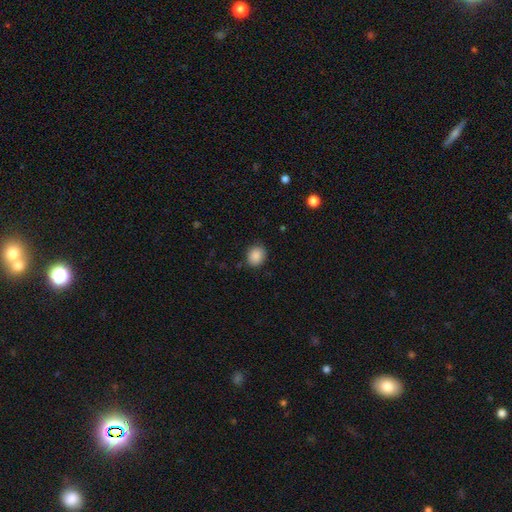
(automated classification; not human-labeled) smooth-or-featured: smooth: 88% | star or artifact: 9% | featured or disk: 3%
  how-rounded: round: 73% | in between: 26% | cigar-shaped: 1%
  merging: none: 85% | minor disturbance: 11% | major disturbance: 3% | merger: 1%